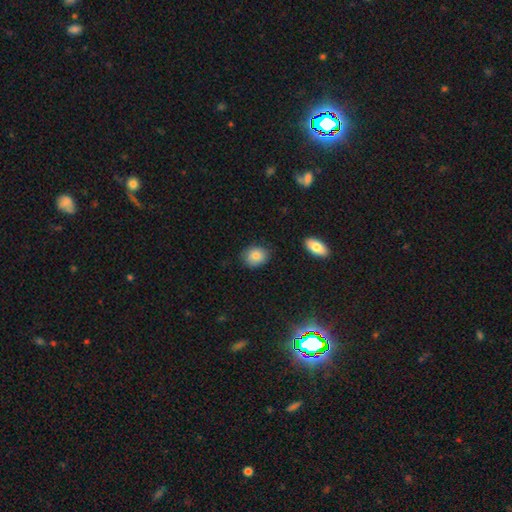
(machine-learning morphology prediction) smooth-or-featured: smooth: 84% | star or artifact: 8% | featured or disk: 8%
  how-rounded: round: 59% | in between: 39% | cigar-shaped: 1%
  merging: none: 81% | minor disturbance: 14% | major disturbance: 3% | merger: 2%